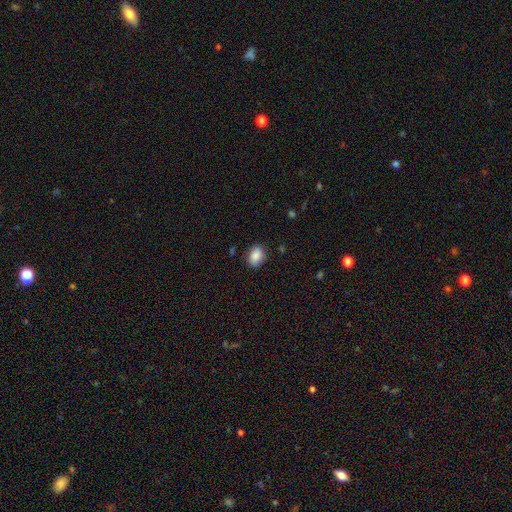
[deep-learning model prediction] Smooth or featured: smooth — 88% (star or artifact — 8%)
How rounded: in between — 77% (round — 22%)
Merging: none — 85% (minor disturbance — 11%)